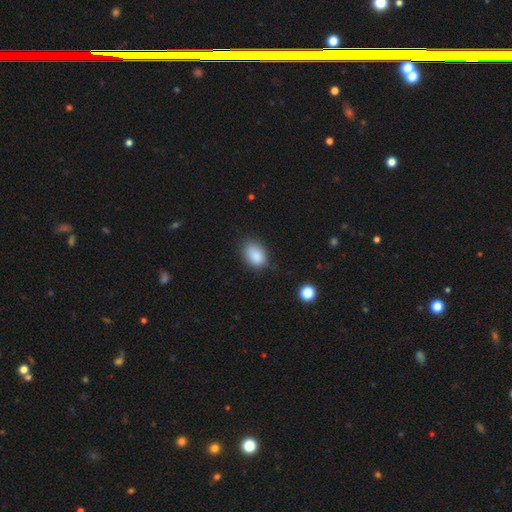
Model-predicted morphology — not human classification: Smooth or featured?
  - smooth: 86% *
  - star or artifact: 8%
  - featured or disk: 5%
How rounded?
  - in between: 81% *
  - round: 18%
  - cigar-shaped: 1%
Merging?
  - none: 69% *
  - minor disturbance: 24%
  - major disturbance: 5%
  - merger: 2%